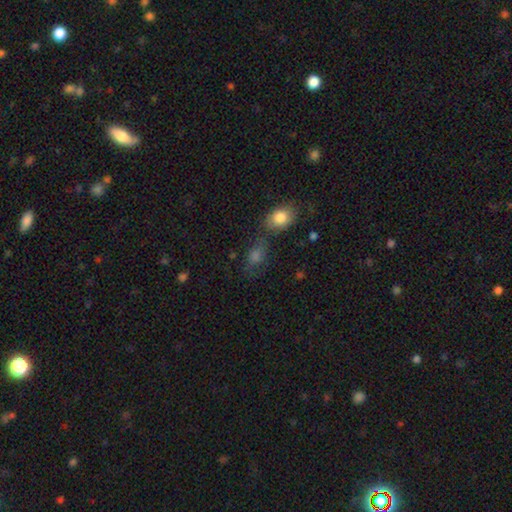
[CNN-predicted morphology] Smooth or featured? smooth (66%)
How rounded? in between (69%)
Merging? none (51%)